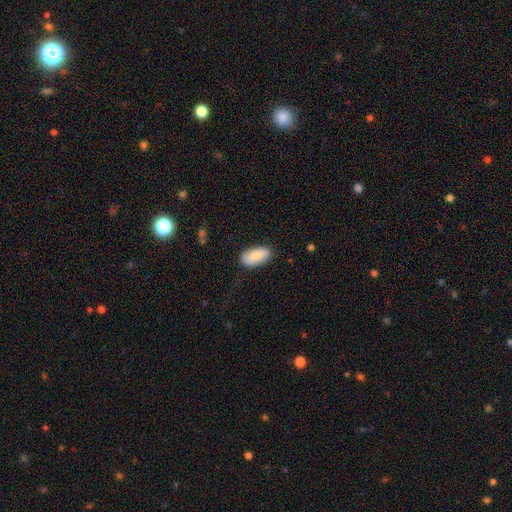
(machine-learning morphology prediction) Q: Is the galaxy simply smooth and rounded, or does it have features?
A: smooth — 82%.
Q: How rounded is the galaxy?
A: in between — 93%.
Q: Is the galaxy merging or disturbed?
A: none — 80%.